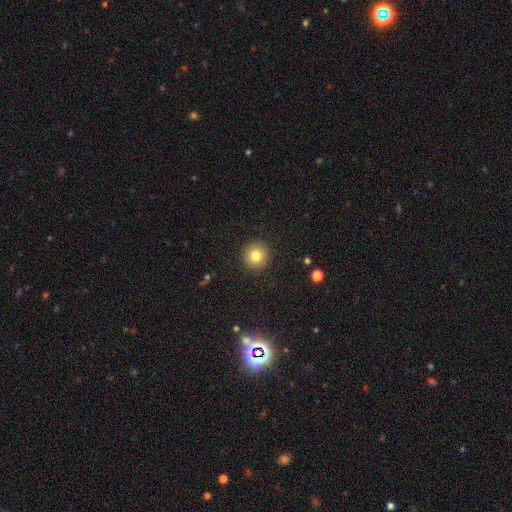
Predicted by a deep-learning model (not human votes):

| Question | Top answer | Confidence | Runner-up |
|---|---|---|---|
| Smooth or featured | smooth | 80% | star or artifact (12%) |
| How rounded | round | 96% | in between (4%) |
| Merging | none | 92% | minor disturbance (5%) |